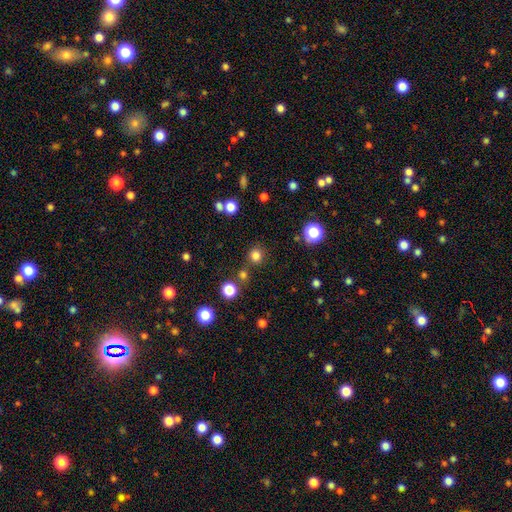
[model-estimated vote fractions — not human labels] The model was most divided on "smooth or featured": smooth: 79%, star or artifact: 17%, featured or disk: 4%. More confident: how rounded — round (92%); merging — none (81%).